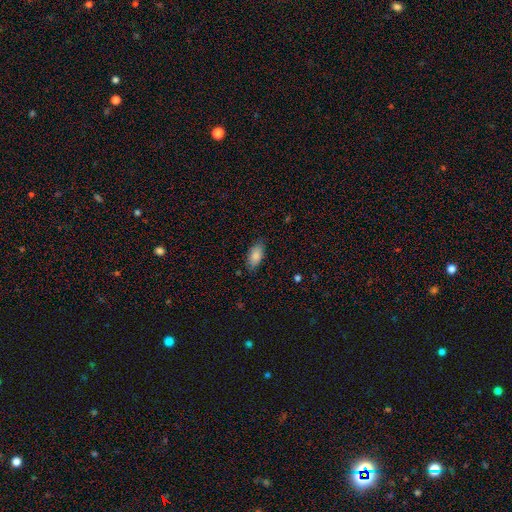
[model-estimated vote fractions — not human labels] Smooth or featured: smooth — 85% (featured or disk — 8%)
How rounded: in between — 91% (cigar-shaped — 6%)
Merging: none — 82% (minor disturbance — 14%)